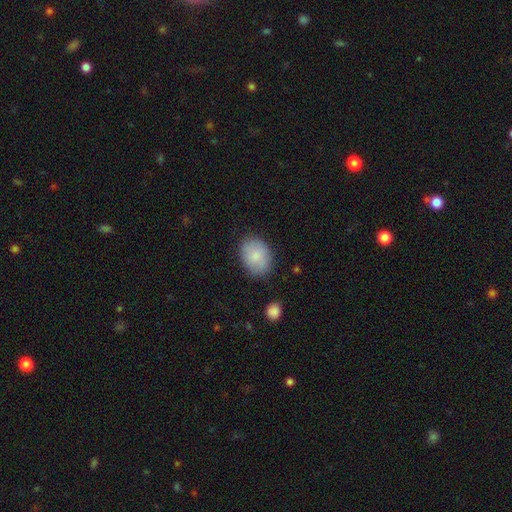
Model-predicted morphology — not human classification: A smooth galaxy with no disk features (83%) that is in between round and cigar-shaped (69%). Merging: none (78%).